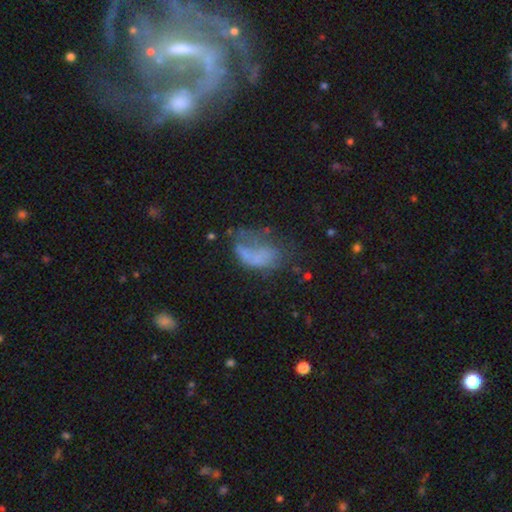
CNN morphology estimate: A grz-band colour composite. It shows a smooth galaxy with no disk features (47%). Merging: major disturbance (42%).